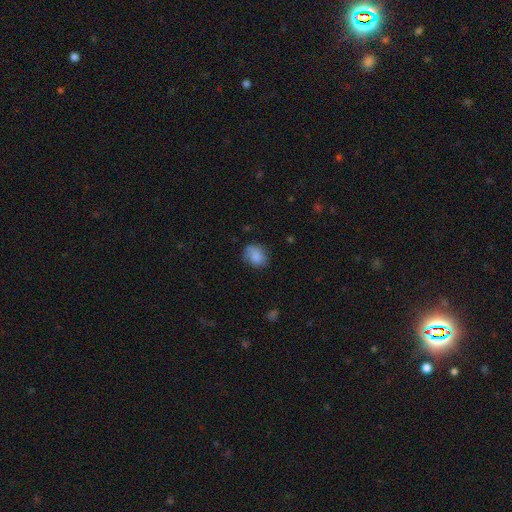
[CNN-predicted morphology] Q: Smooth or featured?
A: smooth (82%); runner-up: featured or disk (10%)
Q: How rounded?
A: round (52%); runner-up: in between (47%)
Q: Merging?
A: none (71%); runner-up: minor disturbance (22%)